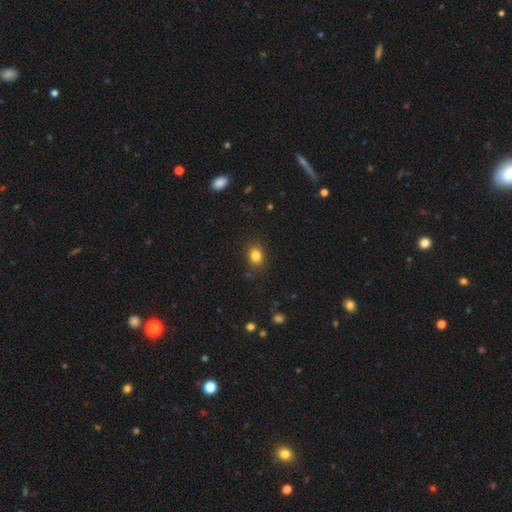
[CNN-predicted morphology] Smooth or featured: smooth — 83% (star or artifact — 11%)
How rounded: round — 54% (in between — 45%)
Merging: none — 86% (minor disturbance — 10%)